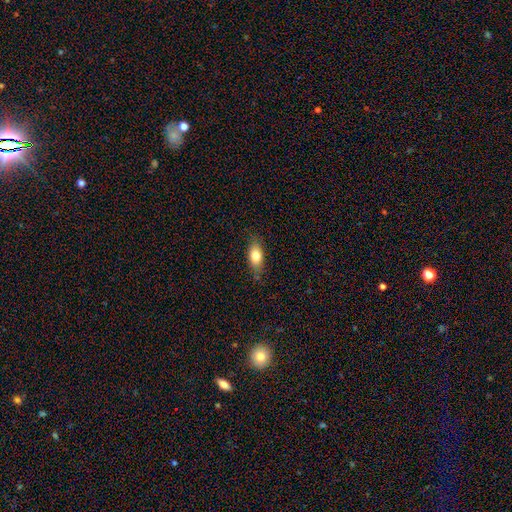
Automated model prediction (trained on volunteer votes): Smooth or featured? smooth (77%)
How rounded? in between (83%)
Merging? none (78%)